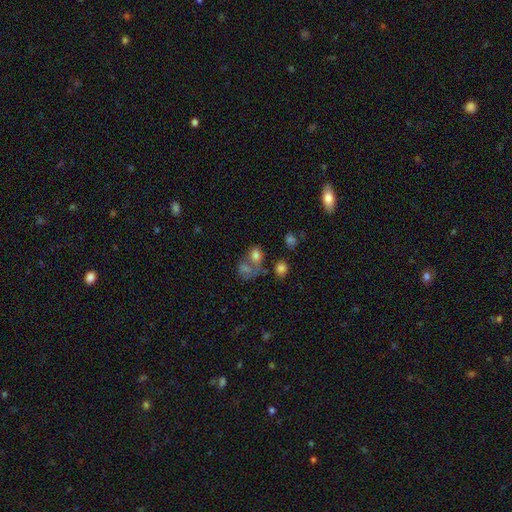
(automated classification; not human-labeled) Smooth or featured? Predicted: smooth (p=0.69). How rounded? Predicted: in between (p=0.61). Merging? Predicted: merger (p=0.41).